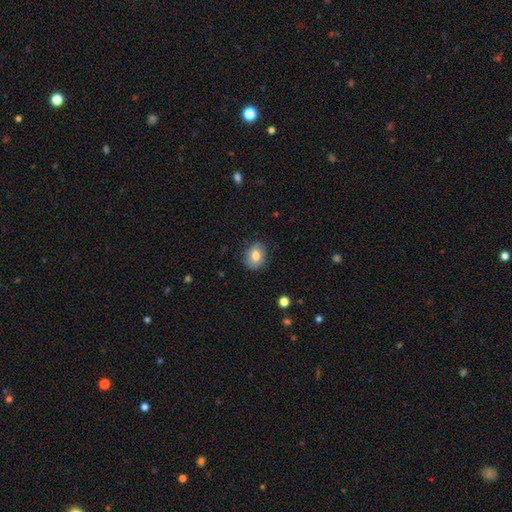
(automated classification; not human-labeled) This appears to be a smooth galaxy with no disk features (76%) that is round (51%). Merging: none (80%).